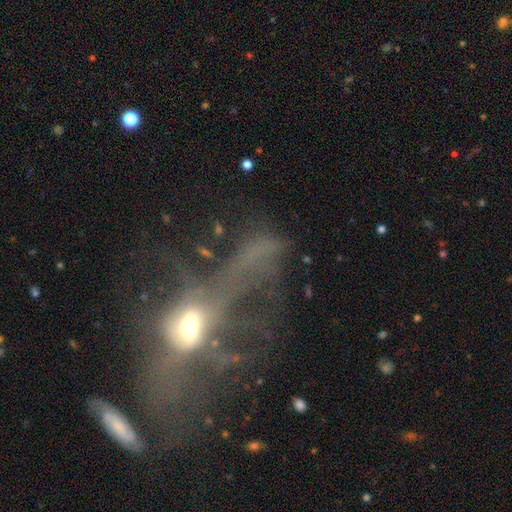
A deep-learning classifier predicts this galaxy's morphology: Smooth or featured? Predicted: featured or disk (p=0.46). Merging? Predicted: major disturbance (p=0.55).